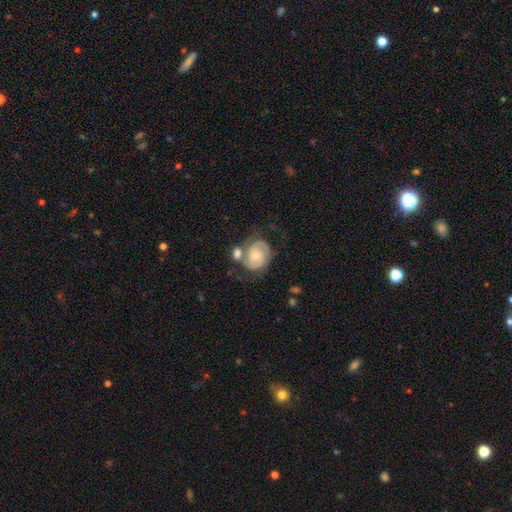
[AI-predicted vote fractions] Smooth or featured?
  - featured or disk: 77% *
  - smooth: 18%
  - star or artifact: 6%
Edge-on disk?
  - no: 98% *
  - yes: 2%
Bar?
  - no: 66% *
  - weak: 29%
  - strong: 5%
Spiral arms?
  - yes: 93% *
  - no: 7%
Spiral winding?
  - tight: 54% *
  - medium: 36%
  - loose: 10%
Spiral arm count?
  - 2: 74% *
  - can't tell: 13%
  - 3: 6%
  - 1: 4%
  - 4: 2%
  - more than 4: 2%
Bulge size?
  - small: 50% *
  - moderate: 44%
  - large: 3%
  - none: 2%
  - dominant: 1%
Merging?
  - none: 46% *
  - merger: 21%
  - minor disturbance: 20%
  - major disturbance: 13%